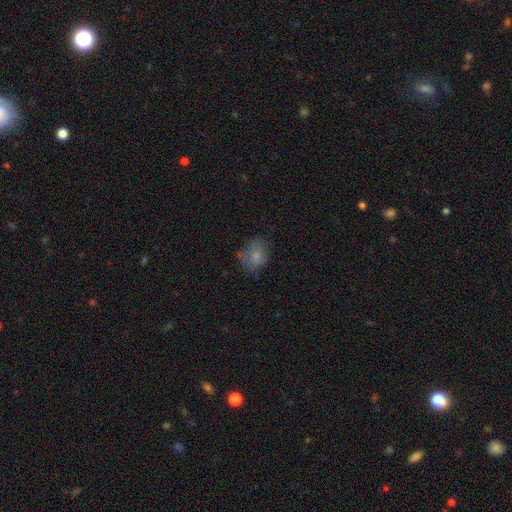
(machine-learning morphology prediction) smooth-or-featured: smooth: 76% | featured or disk: 14% | star or artifact: 10%
  how-rounded: in between: 50% | round: 49% | cigar-shaped: 1%
  merging: none: 54% | minor disturbance: 29% | major disturbance: 13% | merger: 4%